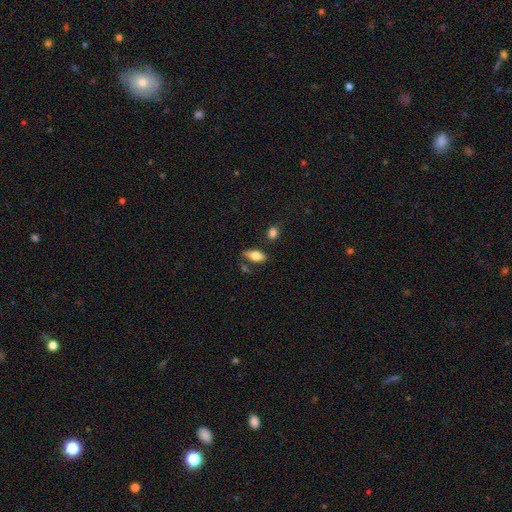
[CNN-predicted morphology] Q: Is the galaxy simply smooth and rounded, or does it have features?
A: smooth — 74%.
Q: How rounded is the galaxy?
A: in between — 84%.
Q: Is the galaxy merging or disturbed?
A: none — 70%.